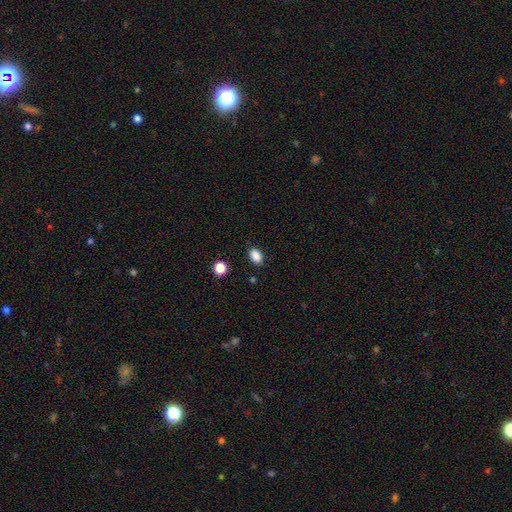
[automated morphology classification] This is clearly a smooth galaxy (87%). How rounded: clearly in between (84%). Merging: clearly none (87%).